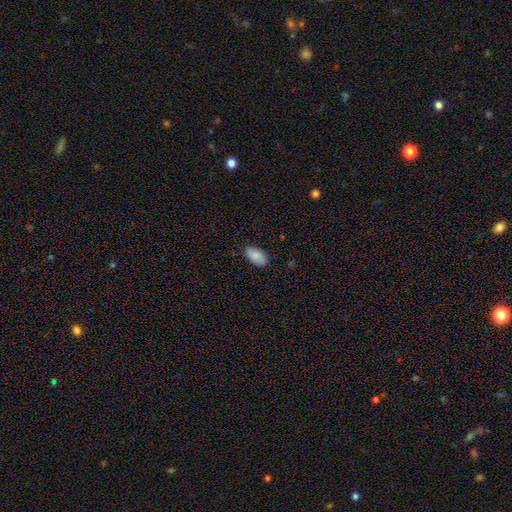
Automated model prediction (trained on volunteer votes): Smooth or featured? Predicted: smooth (p=0.86). How rounded? Predicted: in between (p=0.95). Merging? Predicted: none (p=0.84).